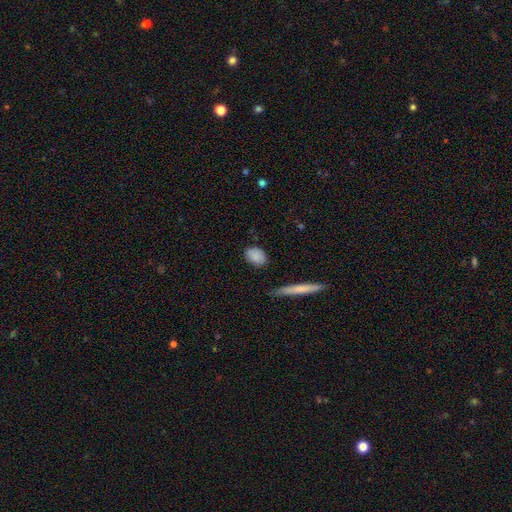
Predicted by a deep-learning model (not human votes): Smooth or featured: smooth — 85% (star or artifact — 8%)
How rounded: in between — 74% (round — 22%)
Merging: none — 79% (minor disturbance — 15%)